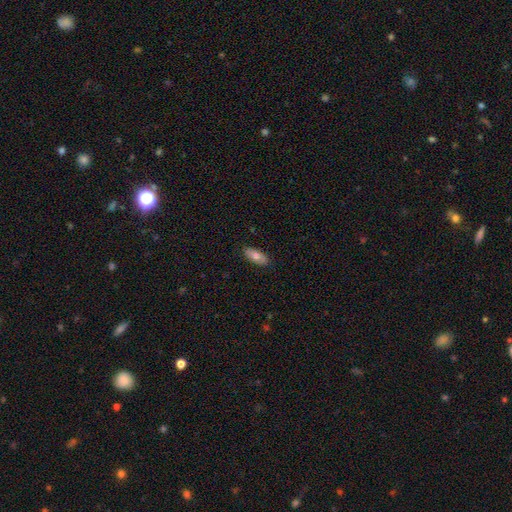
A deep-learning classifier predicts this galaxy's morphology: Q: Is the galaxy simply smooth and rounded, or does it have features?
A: smooth — 74%.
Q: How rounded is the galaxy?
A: in between — 81%.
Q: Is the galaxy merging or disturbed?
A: none — 87%.